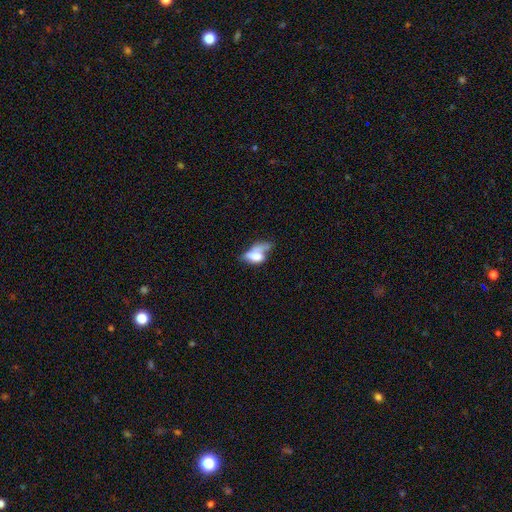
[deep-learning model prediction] smooth 62%, featured or disk 28%, star or artifact 10%. Down the decision tree: how rounded — in between (82%); merging — merger (35%).